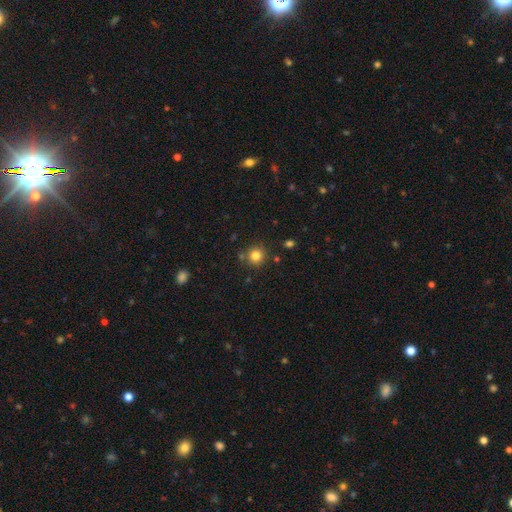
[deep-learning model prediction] Smooth or featured? Predicted: smooth (p=0.82). How rounded? Predicted: round (p=0.93). Merging? Predicted: none (p=0.82).